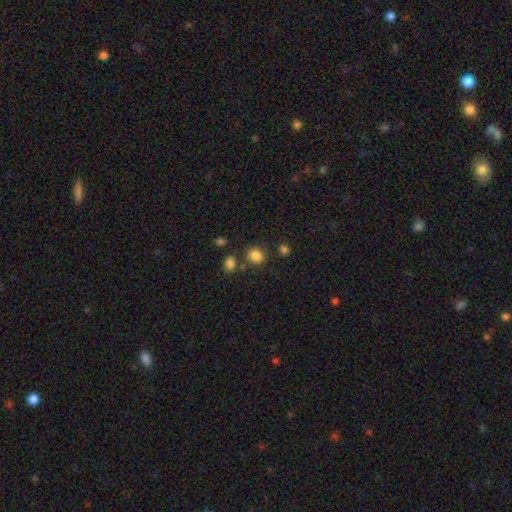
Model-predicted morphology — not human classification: smooth 84%, star or artifact 11%, featured or disk 5%. Down the decision tree: how rounded — round (75%); merging — none (77%).